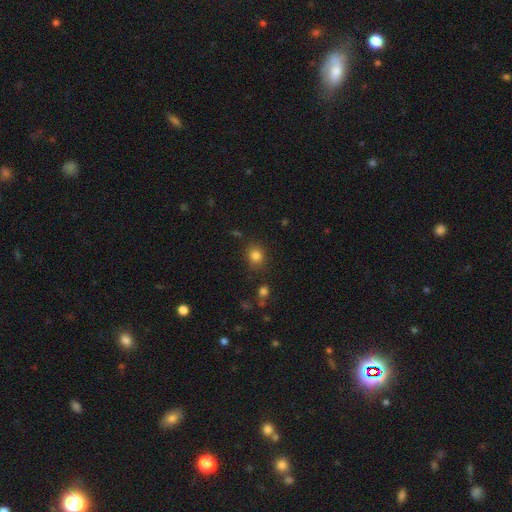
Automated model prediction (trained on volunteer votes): Smooth or featured?
  - smooth: 81% *
  - star or artifact: 13%
  - featured or disk: 6%
How rounded?
  - round: 77% *
  - in between: 22%
  - cigar-shaped: 1%
Merging?
  - none: 82% *
  - minor disturbance: 11%
  - major disturbance: 3%
  - merger: 3%